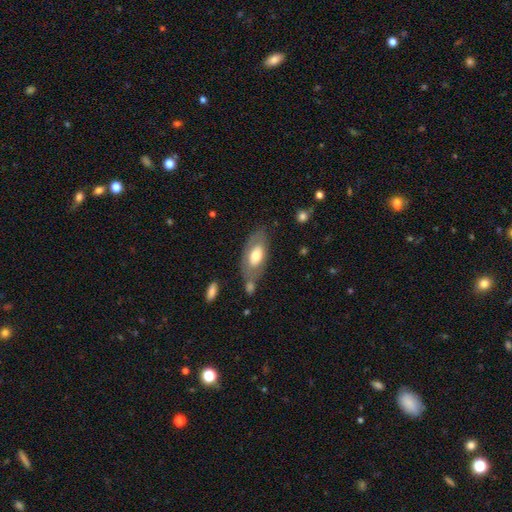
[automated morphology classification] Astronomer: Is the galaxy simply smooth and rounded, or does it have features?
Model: smooth — 58% (runner-up: featured or disk, 36%).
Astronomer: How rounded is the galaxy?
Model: in between — 89%.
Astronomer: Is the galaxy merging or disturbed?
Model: none — 59%.